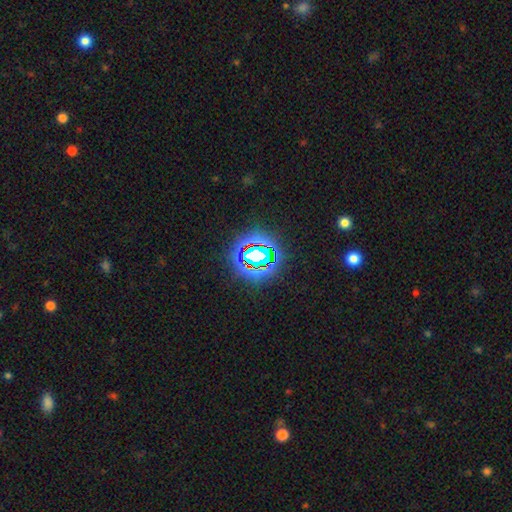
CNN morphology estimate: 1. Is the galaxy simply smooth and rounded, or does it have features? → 70% star or artifact, 19% smooth, 11% featured or disk.